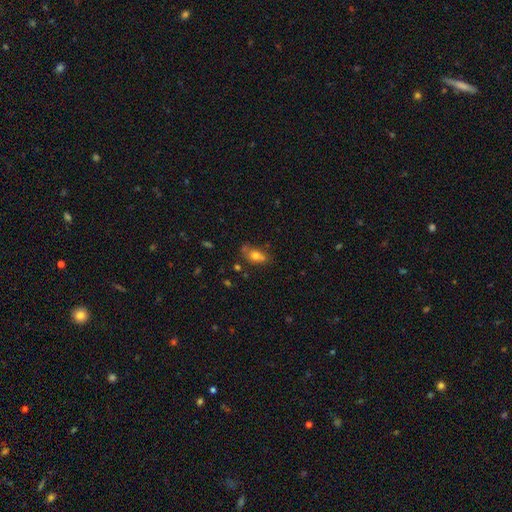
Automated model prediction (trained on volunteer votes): smooth_or_featured: smooth (p=0.72) [alt: featured or disk p=0.17]
how_rounded: in between (p=0.76) [alt: round p=0.18]
merging: none (p=0.57) [alt: minor disturbance p=0.23]